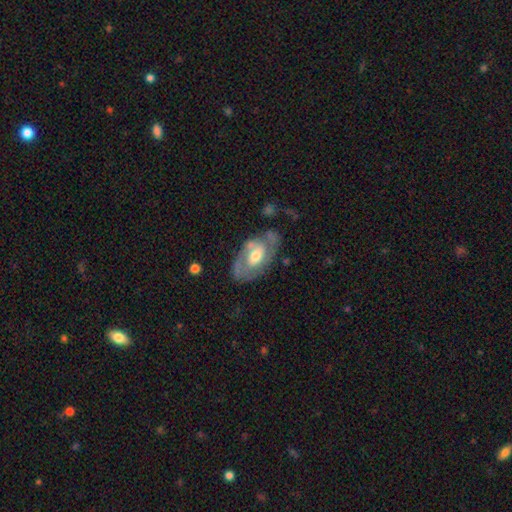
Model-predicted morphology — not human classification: Overall: featured or disk (67%; smooth 28%). Edge-on disk: no (92%). Bar: no (56%; weak 33%). Spiral arms: yes (65%; no 35%). Bulge size: moderate (67%). Merging: none (61%; minor disturbance 24%).